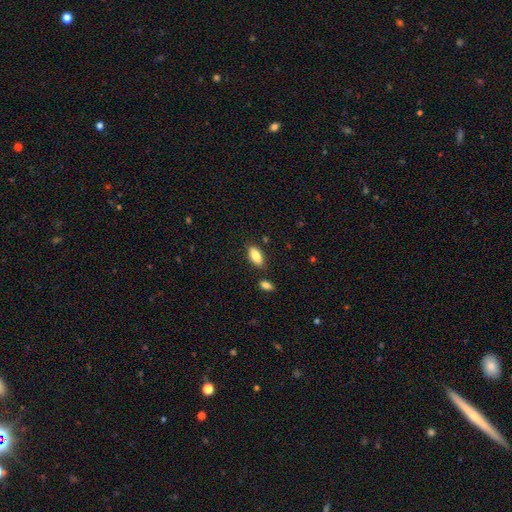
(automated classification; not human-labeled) Smooth or featured? Predicted: smooth (p=0.86). How rounded? Predicted: in between (p=0.81). Merging? Predicted: none (p=0.81).